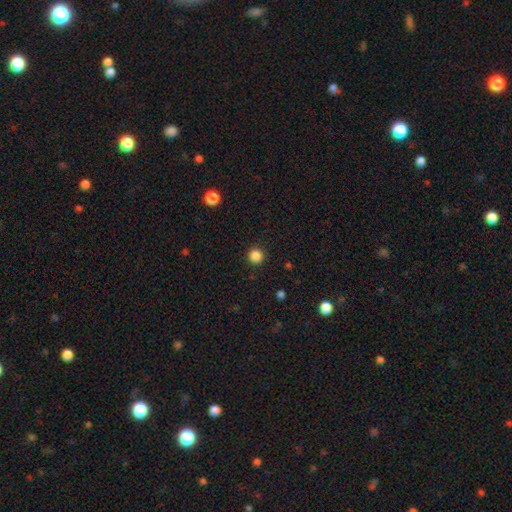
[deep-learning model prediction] Smooth or featured: smooth — 86% (star or artifact — 11%)
How rounded: round — 93% (in between — 6%)
Merging: none — 92% (minor disturbance — 5%)